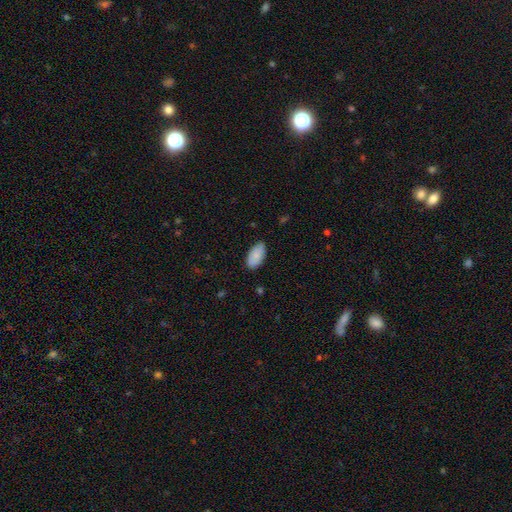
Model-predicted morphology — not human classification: A smooth galaxy with no disk features (83%) that is in between round and cigar-shaped (95%).

Vote fractions:
- Smooth or featured? smooth: 83% / featured or disk: 11% / star or artifact: 6%
- How rounded? in between: 95% / cigar-shaped: 3% / round: 2%
- Merging? none: 79% / minor disturbance: 18% / major disturbance: 2% / merger: 1%